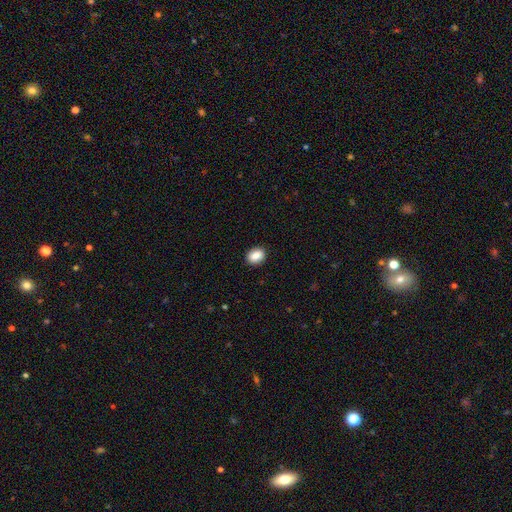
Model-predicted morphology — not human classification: Smooth or featured?
  - smooth: 87% *
  - star or artifact: 8%
  - featured or disk: 5%
How rounded?
  - in between: 61% *
  - round: 38%
  - cigar-shaped: 1%
Merging?
  - none: 91% *
  - minor disturbance: 7%
  - major disturbance: 2%
  - merger: 1%